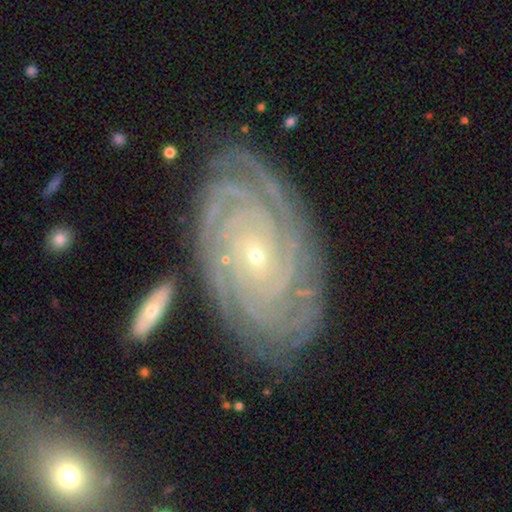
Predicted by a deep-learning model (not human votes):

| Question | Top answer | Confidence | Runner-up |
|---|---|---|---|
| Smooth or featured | featured or disk | 90% | star or artifact (5%) |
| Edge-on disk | no | 96% | yes (4%) |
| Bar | no | 67% | weak (23%) |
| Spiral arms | yes | 98% | no (2%) |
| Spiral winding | tight | 85% | medium (13%) |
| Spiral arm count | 4 | 27% | can't tell (20%) |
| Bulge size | small | 85% | moderate (12%) |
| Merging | none | 77% | minor disturbance (15%) |